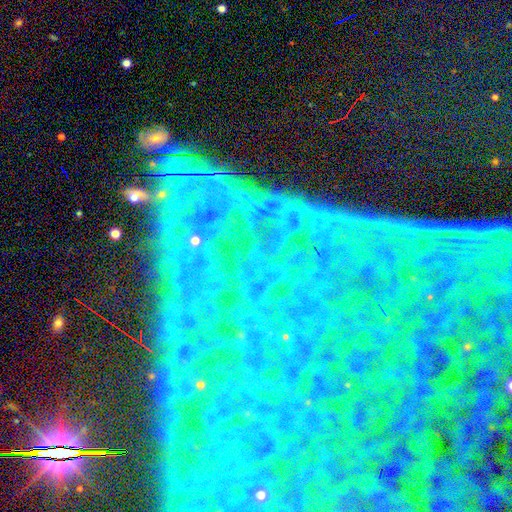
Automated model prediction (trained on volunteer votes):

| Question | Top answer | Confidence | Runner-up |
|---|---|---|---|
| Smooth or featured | star or artifact | 85% | featured or disk (8%) |